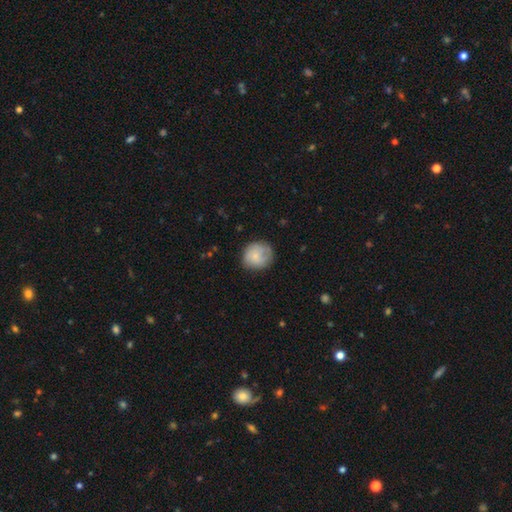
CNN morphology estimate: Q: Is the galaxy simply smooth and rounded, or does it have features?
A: smooth — 72%.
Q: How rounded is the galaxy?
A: round — 86%.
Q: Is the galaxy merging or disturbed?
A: none — 74%.